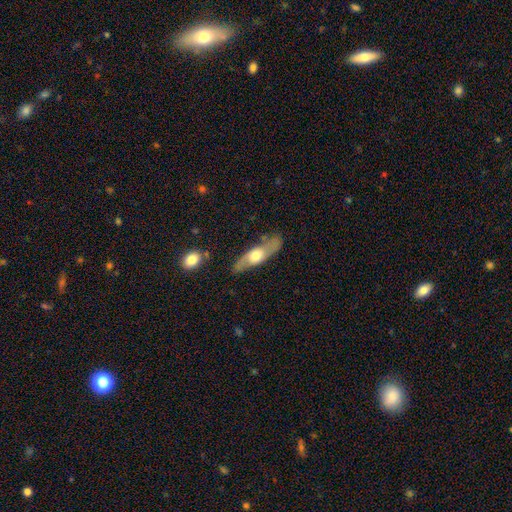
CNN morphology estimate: Smooth or featured: featured or disk — 55% (smooth — 40%)
Edge-on disk: yes — 50% (tied with no — 50%)
Merging: none — 74% (minor disturbance — 18%)